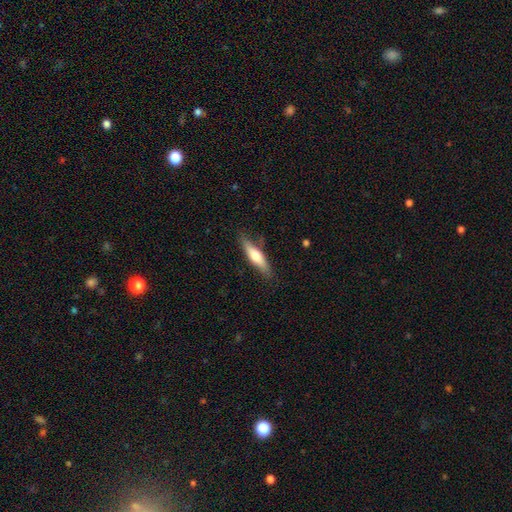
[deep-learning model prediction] A smooth galaxy with no disk features (57%) that is cigar-shaped (70%).

Vote fractions:
- Smooth or featured? smooth: 57% / featured or disk: 38% / star or artifact: 6%
- How rounded? cigar-shaped: 70% / in between: 28% / round: 2%
- Merging? none: 79% / minor disturbance: 16% / major disturbance: 3% / merger: 2%